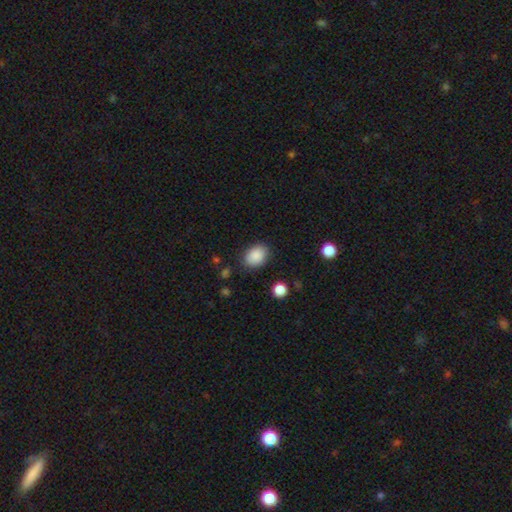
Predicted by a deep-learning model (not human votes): smooth_or_featured: smooth (p=0.88) [alt: star or artifact p=0.08]
how_rounded: in between (p=0.73) [alt: round p=0.26]
merging: none (p=0.83) [alt: minor disturbance p=0.12]